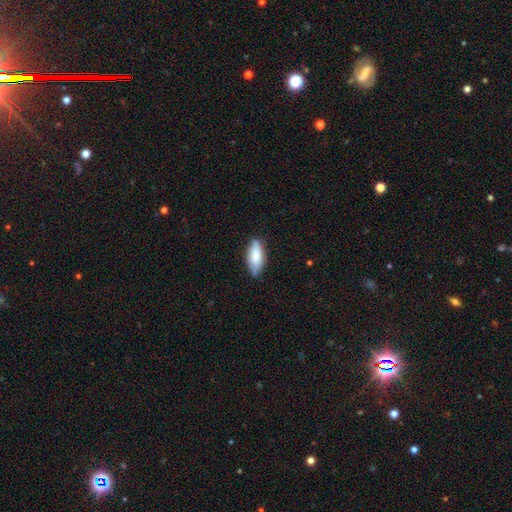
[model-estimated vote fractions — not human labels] A smooth galaxy with no disk features (74%) that is in between round and cigar-shaped (82%). Merging: none (75%).